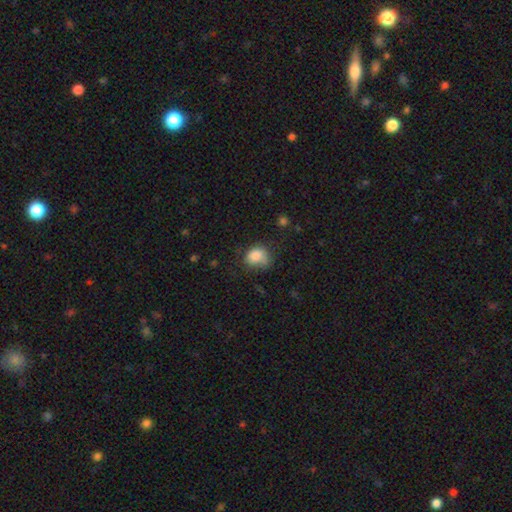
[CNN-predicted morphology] Smooth or featured? Predicted: smooth (p=0.82). How rounded? Predicted: round (p=0.50). Merging? Predicted: none (p=0.45).